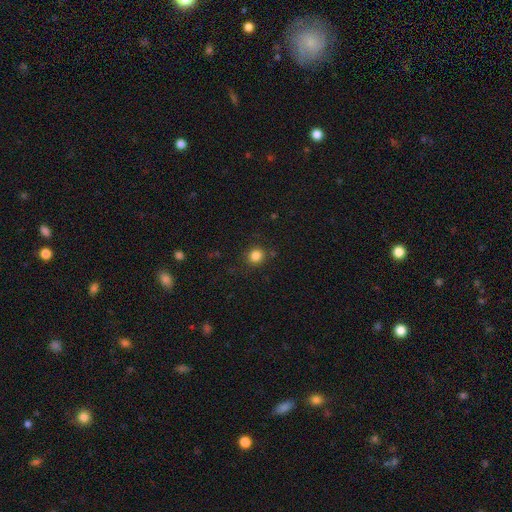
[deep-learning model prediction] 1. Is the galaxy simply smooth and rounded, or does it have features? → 83% smooth, 12% star or artifact, 5% featured or disk.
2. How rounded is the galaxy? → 87% round, 12% in between, 1% cigar-shaped.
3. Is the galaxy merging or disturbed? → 86% none, 9% minor disturbance, 3% major disturbance, 2% merger.